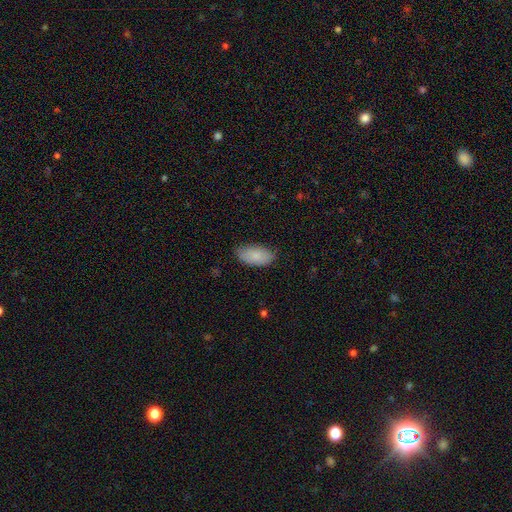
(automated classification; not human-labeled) Smooth or featured: smooth — 85% (featured or disk — 8%)
How rounded: in between — 94% (cigar-shaped — 4%)
Merging: none — 80% (minor disturbance — 16%)